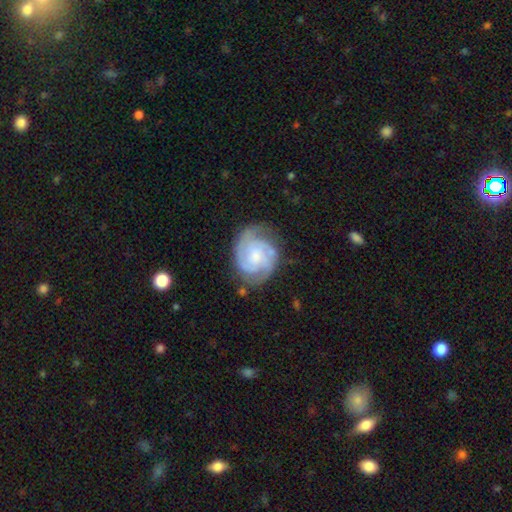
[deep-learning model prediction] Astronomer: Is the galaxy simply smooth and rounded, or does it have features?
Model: featured or disk — 86%.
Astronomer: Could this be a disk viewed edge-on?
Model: no — 98%.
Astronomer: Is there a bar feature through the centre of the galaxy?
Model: no — 61%.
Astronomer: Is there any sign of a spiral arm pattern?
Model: yes — 97%.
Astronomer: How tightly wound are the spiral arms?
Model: tight — 60%.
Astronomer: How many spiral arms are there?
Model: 3 — 37% (runner-up: 2, 35%).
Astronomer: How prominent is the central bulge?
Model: small — 43% (runner-up: moderate, 35%).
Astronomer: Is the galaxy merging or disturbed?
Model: none — 72%.